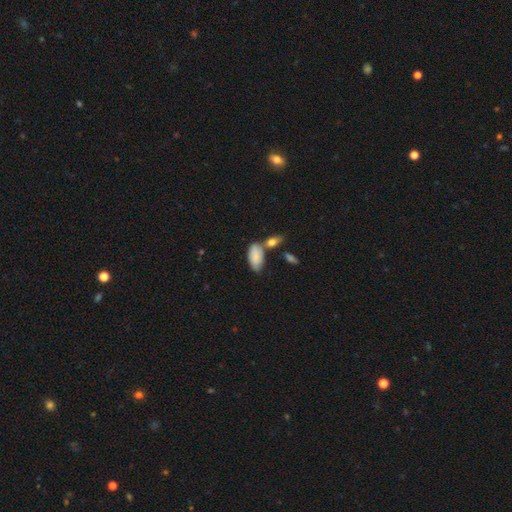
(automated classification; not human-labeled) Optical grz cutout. It shows a smooth galaxy with no disk features (79%) that is in between round and cigar-shaped (92%). Merging: none (51%).